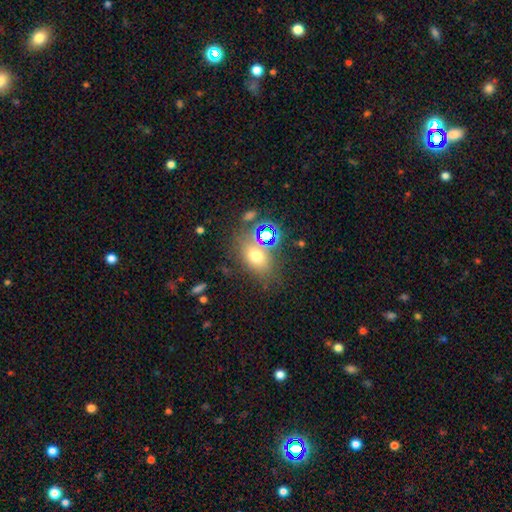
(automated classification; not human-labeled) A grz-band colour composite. It shows a smooth galaxy with no disk features (64%) that is in between round and cigar-shaped (65%). Merging: none (66%).